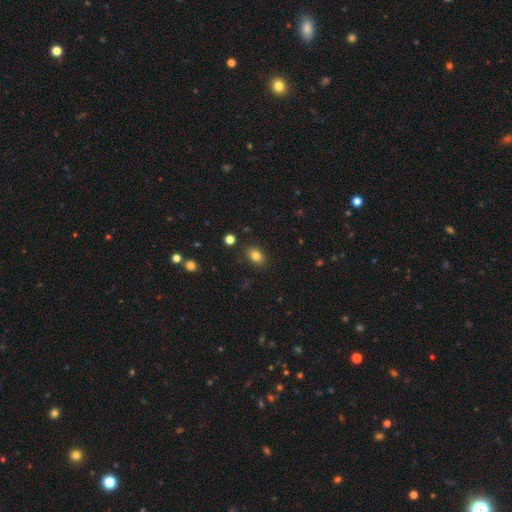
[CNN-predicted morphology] A smooth galaxy with no disk features (82%) that is in between round and cigar-shaped (68%). Merging: none (86%).